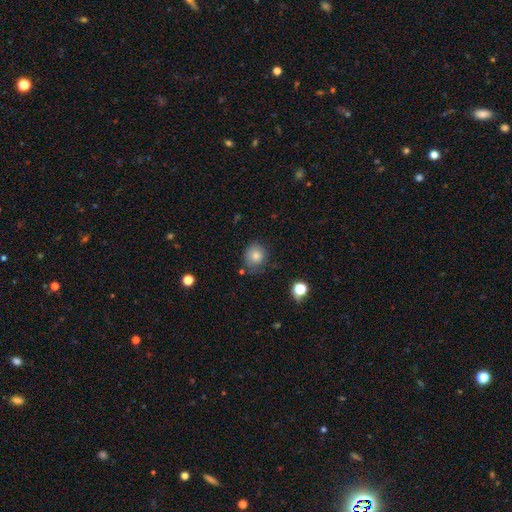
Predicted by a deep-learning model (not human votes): Smooth or featured: smooth — 79% (star or artifact — 11%)
How rounded: round — 77% (in between — 22%)
Merging: none — 66% (minor disturbance — 23%)